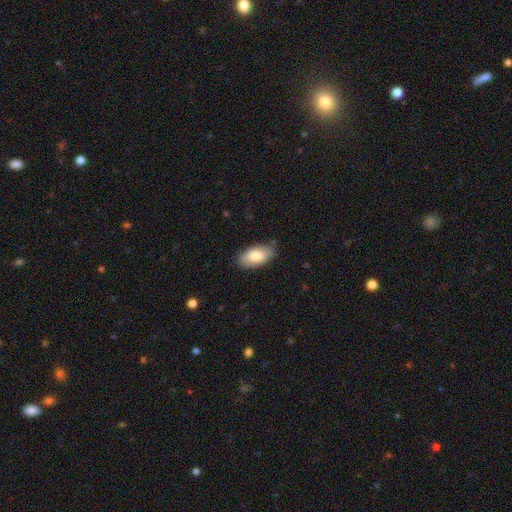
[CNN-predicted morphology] This appears to be a smooth galaxy with no disk features (81%) that is in between round and cigar-shaped (94%). Merging: none (82%).